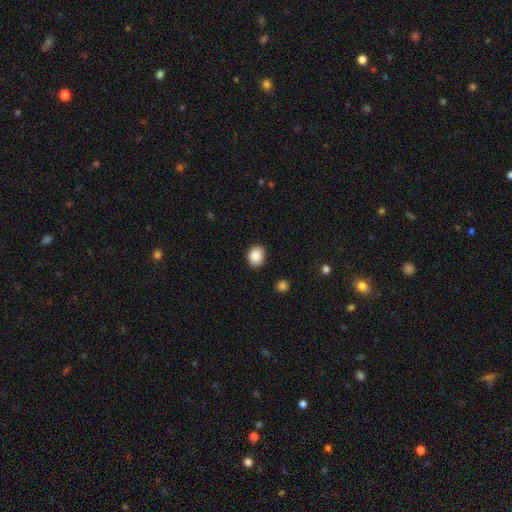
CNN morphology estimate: A smooth galaxy with no disk features (89%) that is round (55%).

Vote fractions:
- Smooth or featured? smooth: 89% / star or artifact: 8% / featured or disk: 3%
- How rounded? round: 55% / in between: 45% / cigar-shaped: 1%
- Merging? none: 87% / minor disturbance: 9% / major disturbance: 2% / merger: 1%